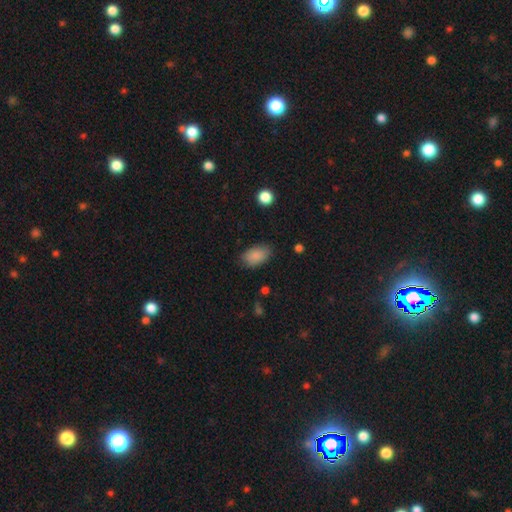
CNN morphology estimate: Smooth or featured?
  - smooth: 87% *
  - star or artifact: 7%
  - featured or disk: 6%
How rounded?
  - in between: 91% *
  - round: 7%
  - cigar-shaped: 2%
Merging?
  - none: 79% *
  - minor disturbance: 16%
  - major disturbance: 4%
  - merger: 1%